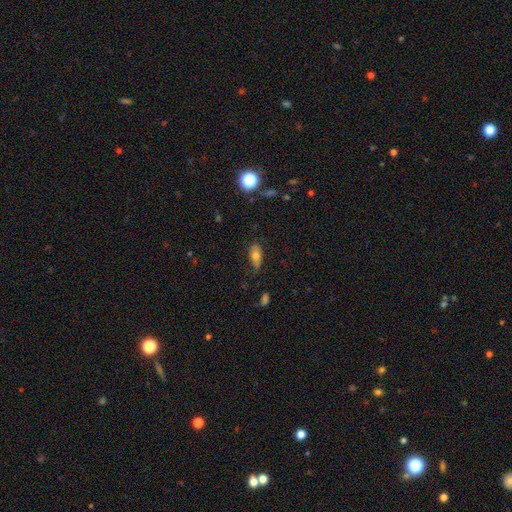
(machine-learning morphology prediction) smooth-or-featured: smooth: 66% | featured or disk: 26% | star or artifact: 9%
  how-rounded: in between: 87% | cigar-shaped: 8% | round: 5%
  merging: none: 69% | minor disturbance: 24% | major disturbance: 6% | merger: 2%